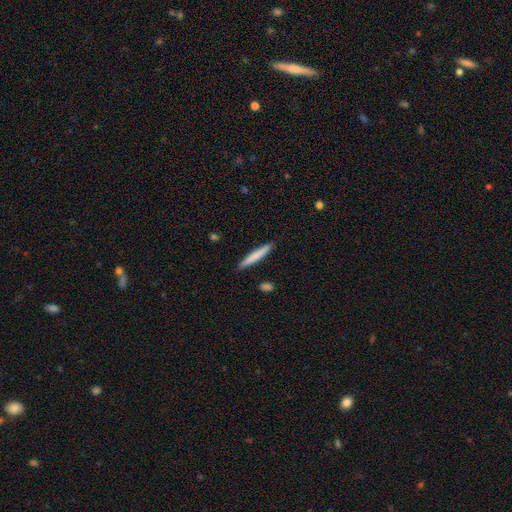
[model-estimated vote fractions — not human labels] Smooth or featured? Predicted: smooth (p=0.77). How rounded? Predicted: cigar-shaped (p=0.95). Merging? Predicted: none (p=0.91).